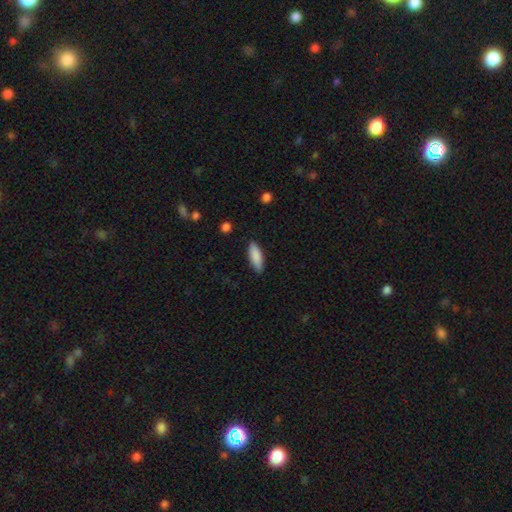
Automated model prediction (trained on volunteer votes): Smooth or featured: smooth — 88% (featured or disk — 6%)
How rounded: in between — 63% (cigar-shaped — 35%)
Merging: none — 86% (minor disturbance — 11%)